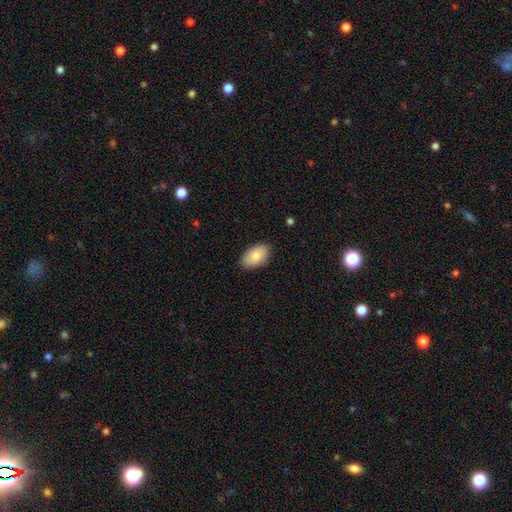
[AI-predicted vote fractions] smooth_or_featured: smooth (p=0.82) [alt: featured or disk p=0.12]
how_rounded: in between (p=0.93) [alt: round p=0.06]
merging: none (p=0.83) [alt: minor disturbance p=0.13]